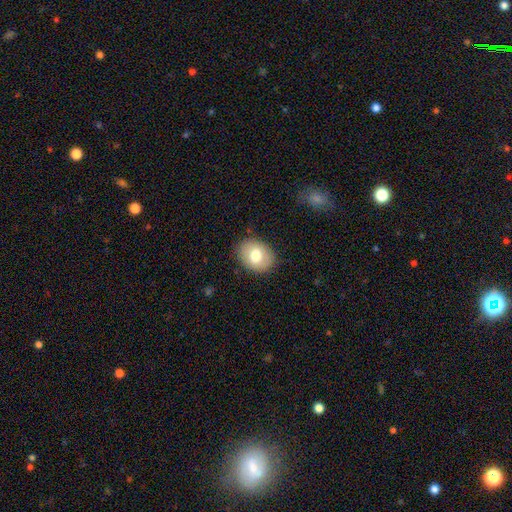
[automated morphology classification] smooth-or-featured: smooth: 75% | featured or disk: 17% | star or artifact: 8%
  how-rounded: in between: 60% | round: 39% | cigar-shaped: 1%
  merging: none: 86% | minor disturbance: 10% | major disturbance: 3% | merger: 1%